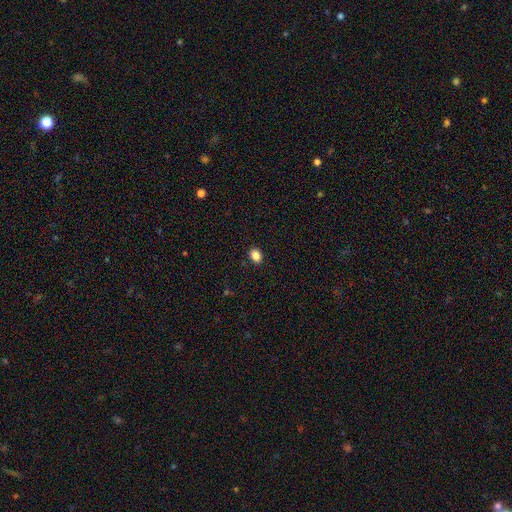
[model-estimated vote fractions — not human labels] smooth 86%, star or artifact 10%, featured or disk 4%. Down the decision tree: how rounded — in between (61%); merging — none (90%).